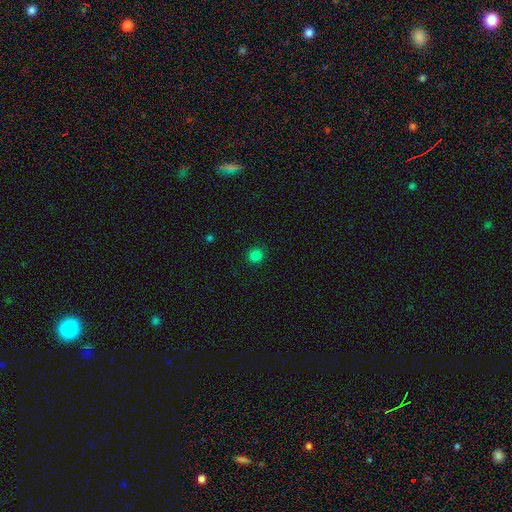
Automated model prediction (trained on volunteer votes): smooth-or-featured: smooth: 82% | star or artifact: 15% | featured or disk: 3%
  how-rounded: round: 92% | in between: 7% | cigar-shaped: 1%
  merging: none: 92% | minor disturbance: 5% | major disturbance: 2% | merger: 1%